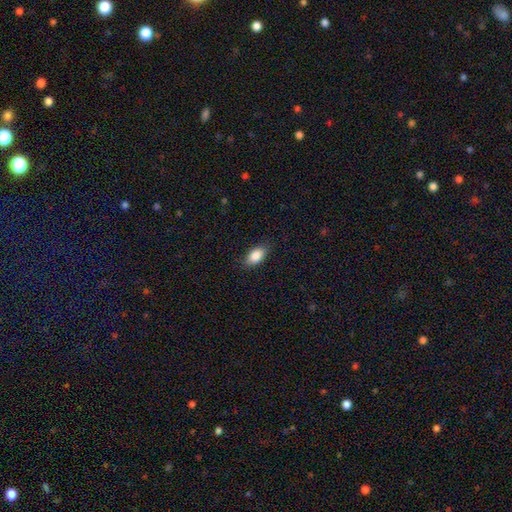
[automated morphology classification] Q: Smooth or featured?
A: smooth (87%); runner-up: star or artifact (7%)
Q: How rounded?
A: in between (91%); runner-up: cigar-shaped (4%)
Q: Merging?
A: none (85%); runner-up: minor disturbance (12%)